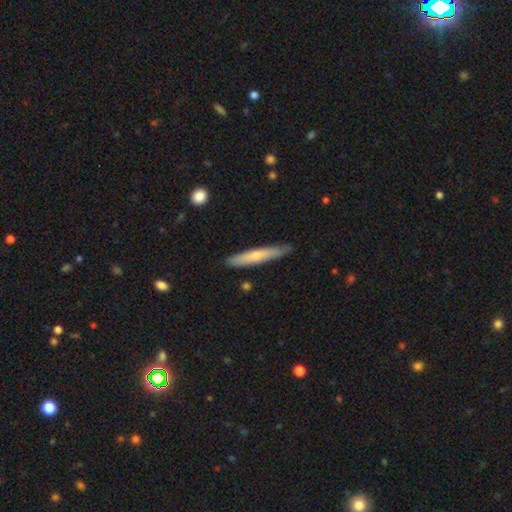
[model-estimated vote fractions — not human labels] This appears to be a smooth galaxy with no disk features (57%) that is cigar-shaped (93%). Merging: none (84%).